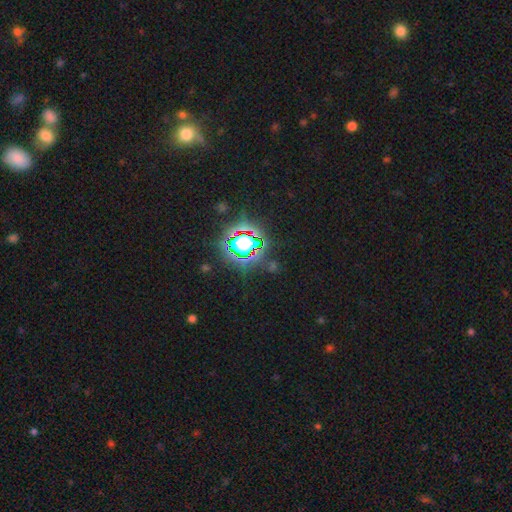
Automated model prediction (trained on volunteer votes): Q: Smooth or featured?
A: star or artifact (81%); runner-up: smooth (12%)